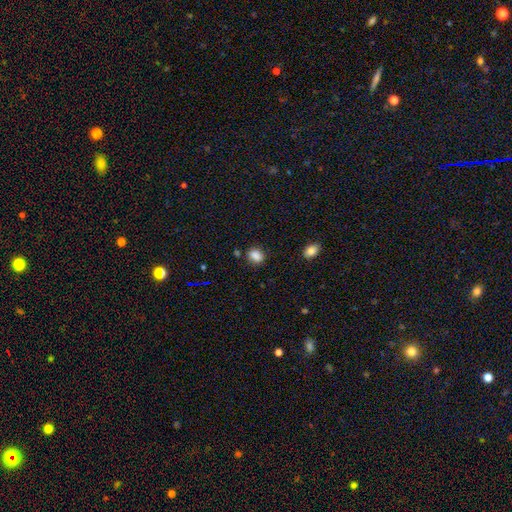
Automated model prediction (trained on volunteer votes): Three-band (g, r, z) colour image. It shows a smooth galaxy with no disk features (85%) that is in between round and cigar-shaped (62%). Merging: none (76%).